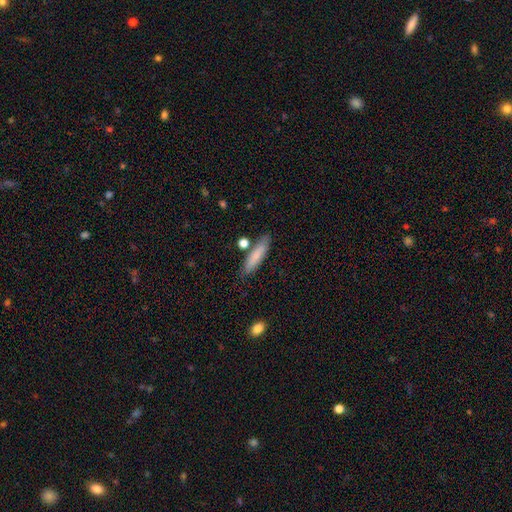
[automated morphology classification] This appears to be a smooth galaxy with no disk features (80%) that is cigar-shaped (75%). Merging: none (80%).